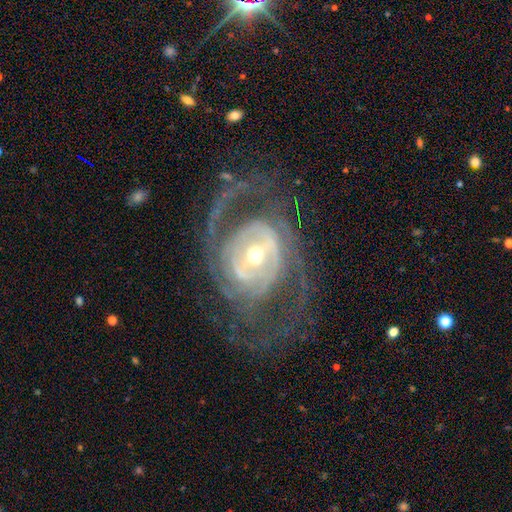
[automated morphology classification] Smooth or featured: featured or disk — 89% (smooth — 6%)
Edge-on disk: no — 96% (yes — 4%)
Bar: no — 40% (weak — 35%)
Spiral arms: yes — 92% (no — 8%)
Spiral winding: tight — 47% (medium — 38%)
Spiral arm count: 2 — 46% (can't tell — 23%)
Bulge size: small — 50% (moderate — 44%)
Merging: none — 63% (major disturbance — 21%)